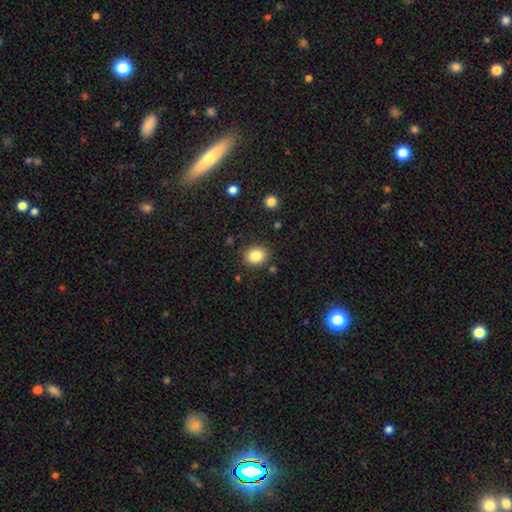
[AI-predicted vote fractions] smooth_or_featured: smooth (p=0.85) [alt: star or artifact p=0.09]
how_rounded: round (p=0.61) [alt: in between p=0.39]
merging: none (p=0.86) [alt: minor disturbance p=0.09]